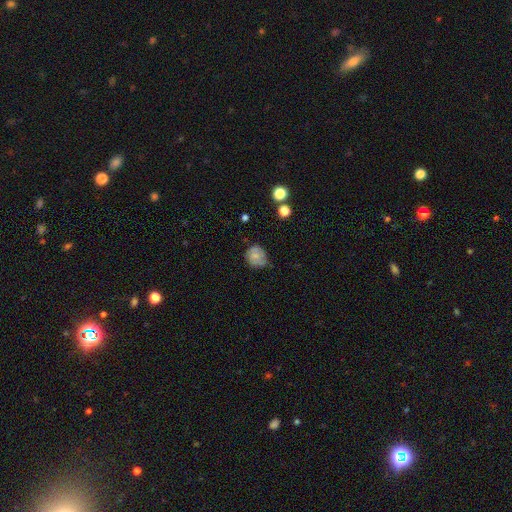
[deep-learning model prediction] smooth_or_featured: smooth (p=0.63) [alt: featured or disk p=0.28]
how_rounded: round (p=0.73) [alt: in between p=0.26]
merging: none (p=0.54) [alt: minor disturbance p=0.35]